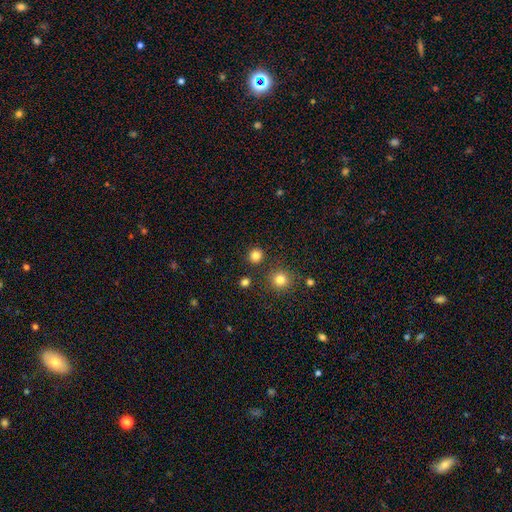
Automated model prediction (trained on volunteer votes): Smooth or featured? Predicted: smooth (p=0.82). How rounded? Predicted: round (p=0.92). Merging? Predicted: none (p=0.89).